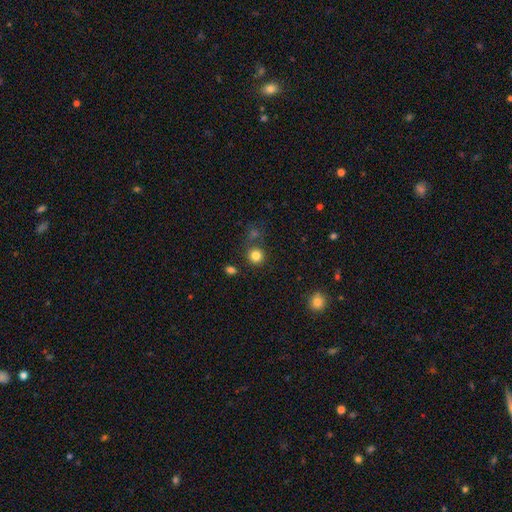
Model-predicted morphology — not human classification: Smooth or featured?
  - smooth: 82% *
  - star or artifact: 13%
  - featured or disk: 5%
How rounded?
  - round: 91% *
  - in between: 8%
  - cigar-shaped: 1%
Merging?
  - none: 77% *
  - merger: 10%
  - minor disturbance: 9%
  - major disturbance: 4%